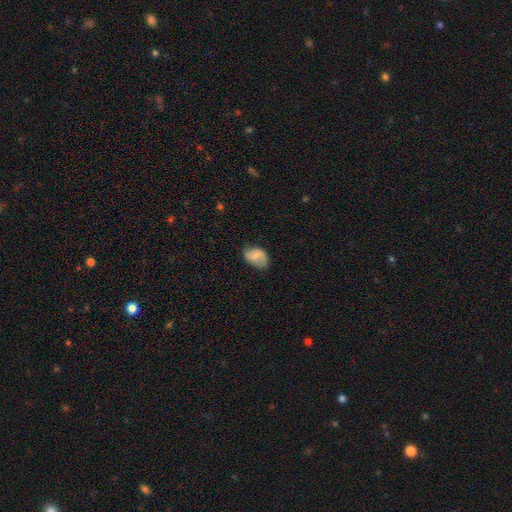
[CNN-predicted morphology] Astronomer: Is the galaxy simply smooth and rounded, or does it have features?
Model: smooth — 65%.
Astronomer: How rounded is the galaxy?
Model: in between — 83%.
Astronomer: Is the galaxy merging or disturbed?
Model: none — 63%.